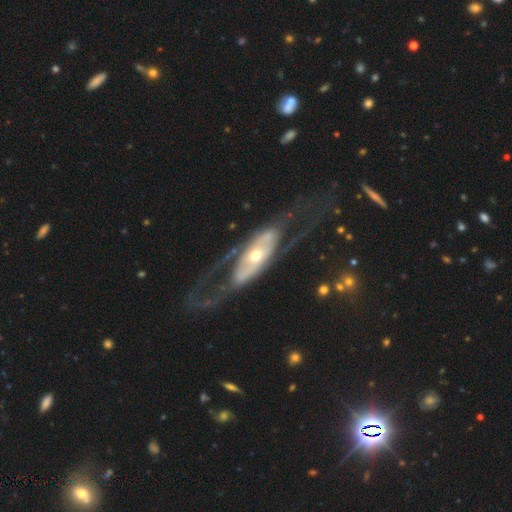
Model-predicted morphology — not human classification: Smooth or featured?
  - featured or disk: 81% *
  - smooth: 14%
  - star or artifact: 4%
Edge-on disk?
  - no: 82% *
  - yes: 18%
Bar?
  - no: 60% *
  - weak: 21%
  - strong: 19%
Spiral arms?
  - yes: 64% *
  - no: 36%
Bulge size?
  - moderate: 60% *
  - small: 27%
  - large: 10%
  - dominant: 2%
  - none: 1%
Merging?
  - none: 62% *
  - major disturbance: 23%
  - minor disturbance: 13%
  - merger: 2%